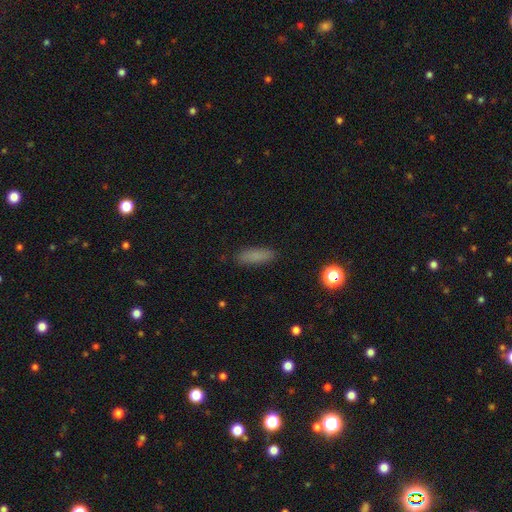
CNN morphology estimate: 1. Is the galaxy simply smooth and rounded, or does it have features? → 82% smooth, 10% star or artifact, 7% featured or disk.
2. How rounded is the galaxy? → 56% cigar-shaped, 41% in between, 3% round.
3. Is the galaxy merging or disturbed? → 87% none, 9% minor disturbance, 2% major disturbance, 1% merger.